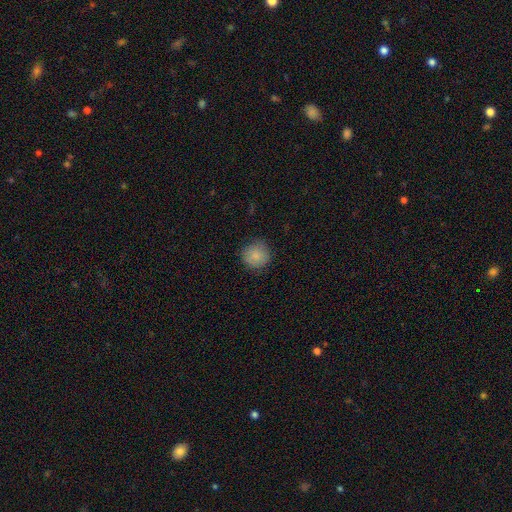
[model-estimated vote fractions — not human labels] This is clearly a smooth galaxy (86%). How rounded: clearly round (93%). Merging: clearly none (85%).